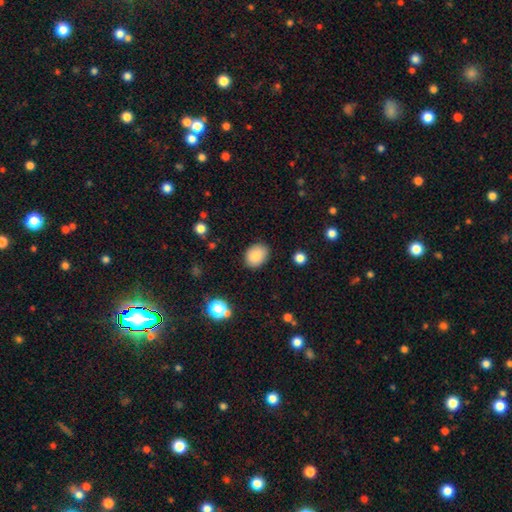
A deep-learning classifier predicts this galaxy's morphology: smooth_or_featured: smooth (p=0.86) [alt: star or artifact p=0.09]
how_rounded: in between (p=0.62) [alt: round p=0.37]
merging: none (p=0.85) [alt: minor disturbance p=0.11]